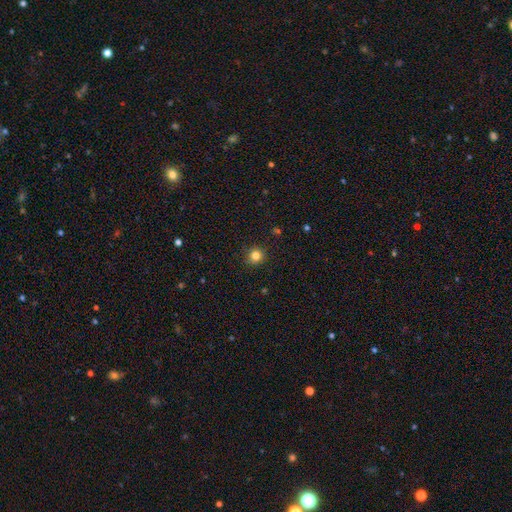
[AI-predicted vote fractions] Morphology: type=smooth (82%); roundness=round (92%); merging=none (90%).